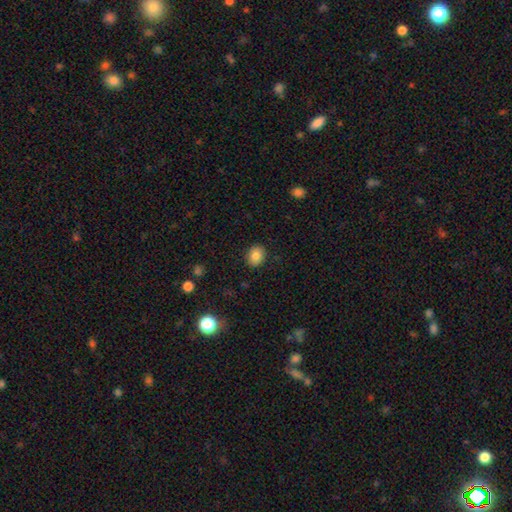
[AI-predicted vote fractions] The model was most divided on "how rounded": round: 56%, in between: 43%, cigar-shaped: 1%. More confident: merging — none (88%); smooth or featured — smooth (84%).